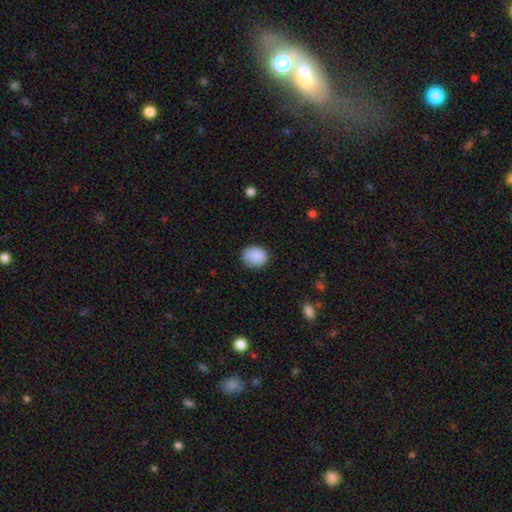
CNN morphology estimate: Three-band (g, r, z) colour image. It shows a smooth galaxy with no disk features (89%) that is round (51%). Merging: none (82%).